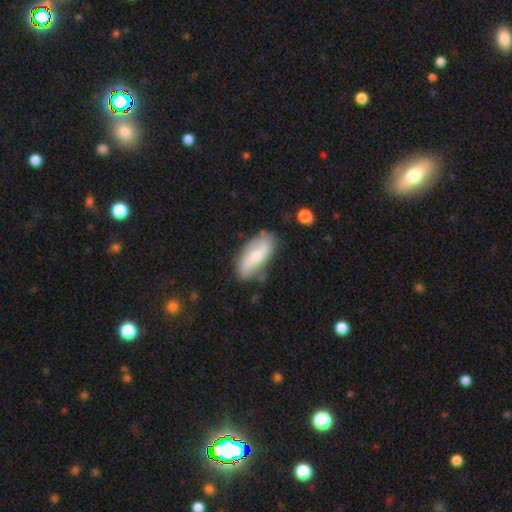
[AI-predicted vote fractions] A featured or disk galaxy (51%).

Vote fractions:
- Smooth or featured? featured or disk: 51% / smooth: 43% / star or artifact: 6%
- Edge-on disk? no: 90% / yes: 10%
- Merging? none: 72% / minor disturbance: 20% / major disturbance: 5% / merger: 3%